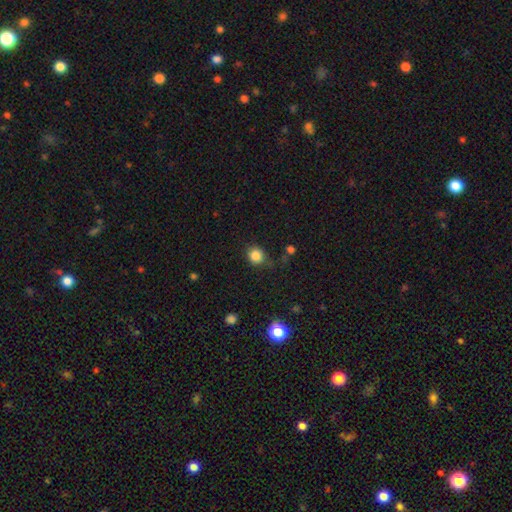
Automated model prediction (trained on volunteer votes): A smooth galaxy with no disk features (84%) that is round (84%). Merging: none (76%).